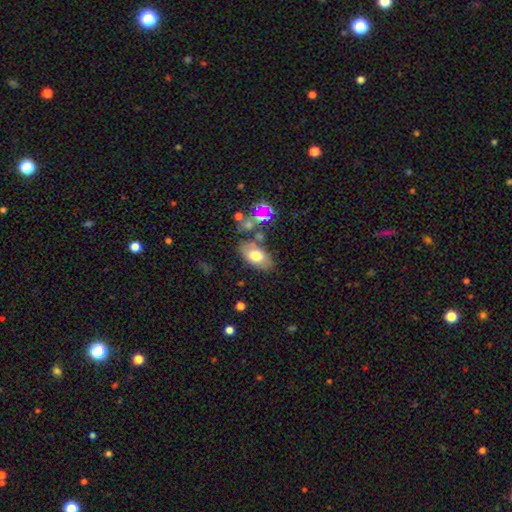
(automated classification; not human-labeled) Smooth or featured? Predicted: smooth (p=0.70). How rounded? Predicted: in between (p=0.91). Merging? Predicted: none (p=0.71).